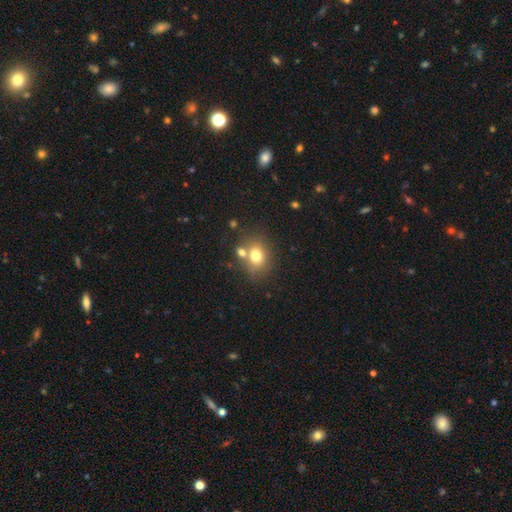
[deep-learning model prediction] Morphology: type=smooth (74%); roundness=round (52%); merging=none (60%).